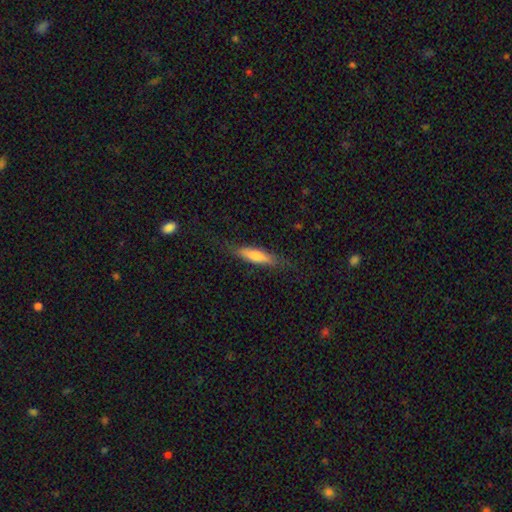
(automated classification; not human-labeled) Smooth or featured?
  - smooth: 66% *
  - featured or disk: 28%
  - star or artifact: 6%
How rounded?
  - cigar-shaped: 77% *
  - in between: 21%
  - round: 2%
Merging?
  - none: 79% *
  - minor disturbance: 15%
  - major disturbance: 5%
  - merger: 1%